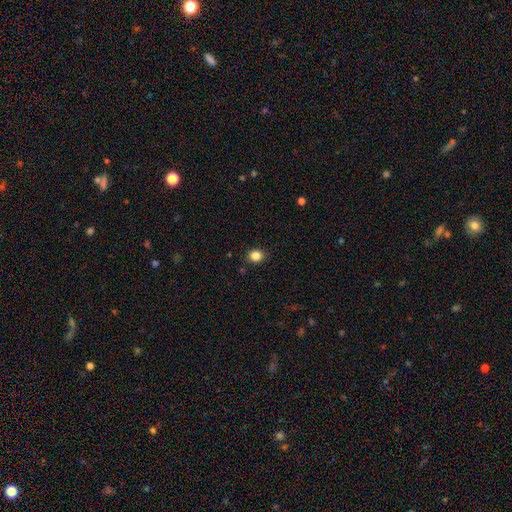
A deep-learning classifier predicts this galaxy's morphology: A smooth galaxy with no disk features (84%) that is round (75%).

Vote fractions:
- Smooth or featured? smooth: 84% / star or artifact: 11% / featured or disk: 4%
- How rounded? round: 75% / in between: 24% / cigar-shaped: 1%
- Merging? none: 89% / minor disturbance: 8% / major disturbance: 2% / merger: 1%